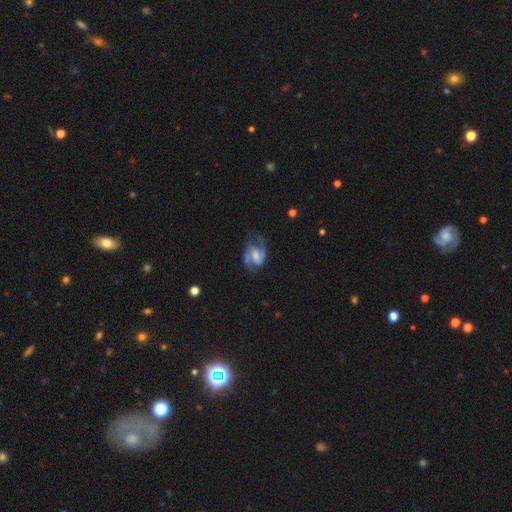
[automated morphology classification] smooth-or-featured: featured or disk: 86% | smooth: 9% | star or artifact: 5%
  disk-edge-on: no: 98% | yes: 2%
    bar: weak: 51% | strong: 25% | no: 24%
    has-spiral-arms: yes: 96% | no: 4%
      spiral-winding: medium: 56% | loose: 24% | tight: 20%
      spiral-arm-count: 2: 86% | can't tell: 4% | 3: 4% | 1: 3% | 4: 1% | more than 4: 1%
    bulge-size: moderate: 38% (tied) | small: 38% (tied) | none: 15% | large: 7% | dominant: 1%
  merging: none: 64% | minor disturbance: 20% | major disturbance: 14% | merger: 2%